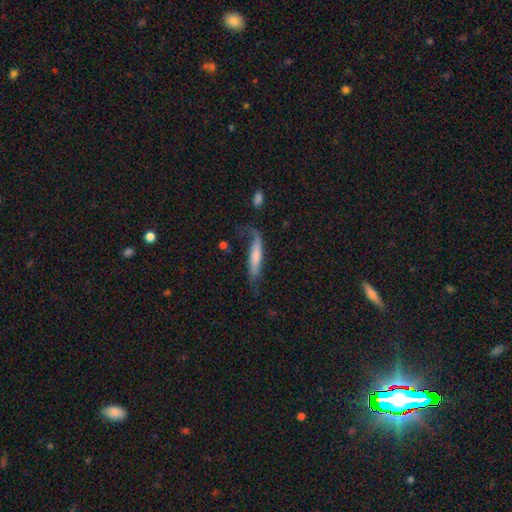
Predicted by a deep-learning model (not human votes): Smooth or featured?
  - smooth: 53% *
  - featured or disk: 40%
  - star or artifact: 7%
How rounded?
  - cigar-shaped: 81% *
  - in between: 17%
  - round: 2%
Merging?
  - none: 43% *
  - major disturbance: 27%
  - minor disturbance: 26%
  - merger: 5%